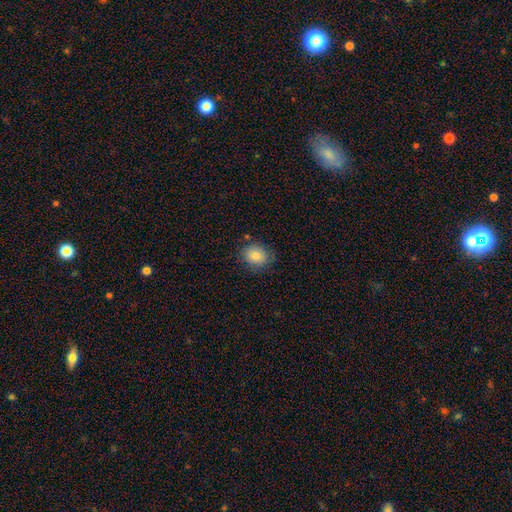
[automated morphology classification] The model was most divided on "how rounded": round: 60%, in between: 39%, cigar-shaped: 1%. More confident: smooth or featured — smooth (84%); merging — none (83%).